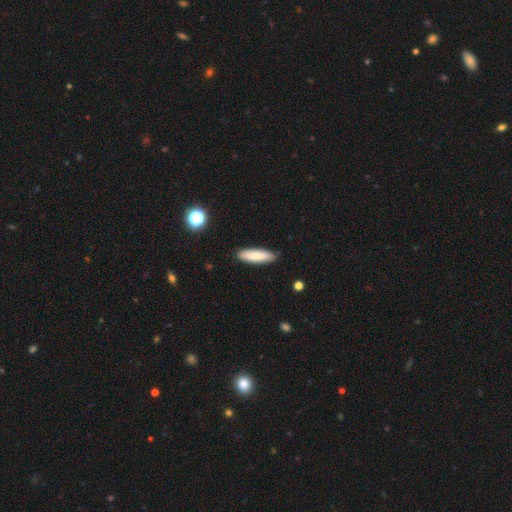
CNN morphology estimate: Smooth or featured: smooth — 84% (featured or disk — 10%)
How rounded: cigar-shaped — 67% (in between — 31%)
Merging: none — 88% (minor disturbance — 9%)